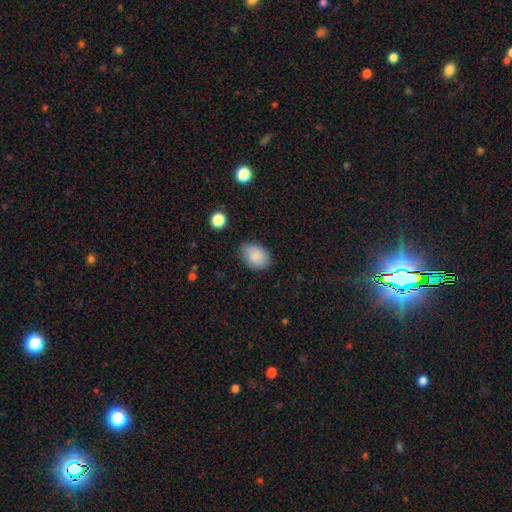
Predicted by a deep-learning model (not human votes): smooth 86%, star or artifact 8%, featured or disk 6%. Down the decision tree: how rounded — in between (78%); merging — none (72%).